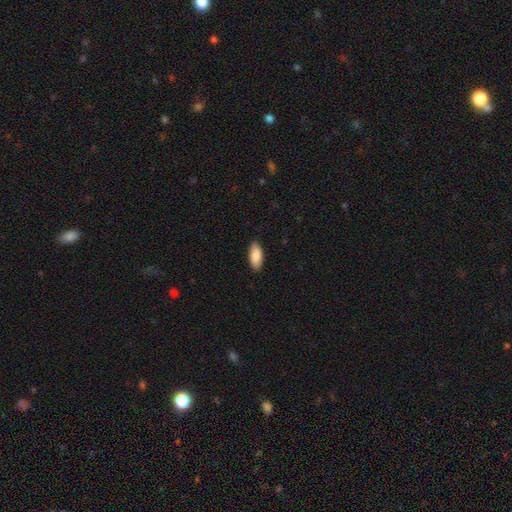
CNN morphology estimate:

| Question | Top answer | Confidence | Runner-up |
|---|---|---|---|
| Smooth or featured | smooth | 88% | featured or disk (6%) |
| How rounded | in between | 85% | cigar-shaped (13%) |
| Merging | none | 89% | minor disturbance (9%) |